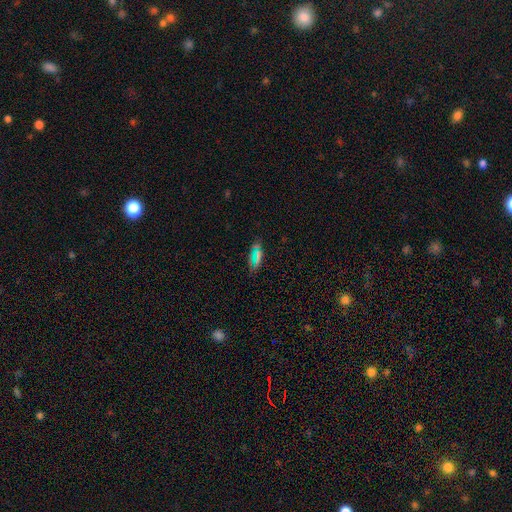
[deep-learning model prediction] Morphology: type=smooth (51%); roundness=in between (76%); merging=none (73%).